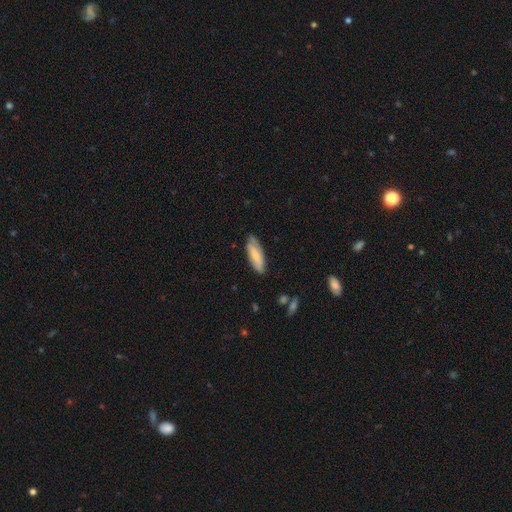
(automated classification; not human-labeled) A smooth galaxy with no disk features (52%) that is in between round and cigar-shaped (66%). Merging: none (75%).